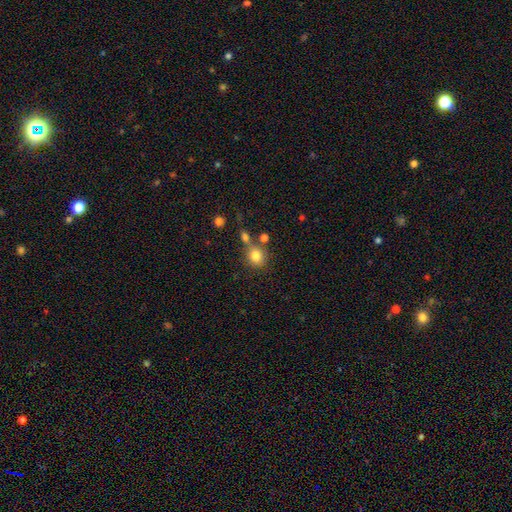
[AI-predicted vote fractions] Smooth or featured? smooth (81%)
How rounded? round (78%)
Merging? none (63%)